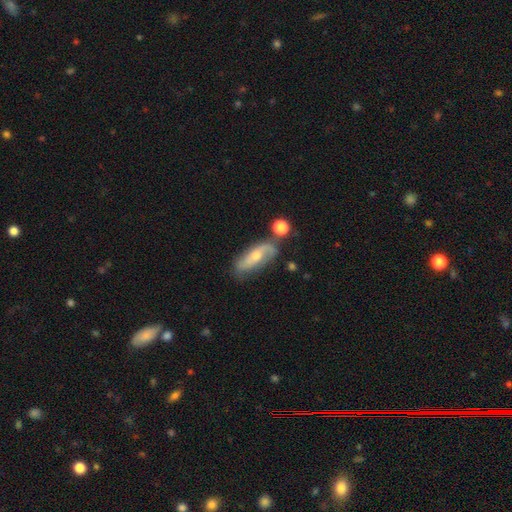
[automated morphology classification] type=featured or disk (63%); edge-on=no (83%); bar=no (54%); spiral arms=yes (86%); bulge=moderate (52%); merging=none (62%).